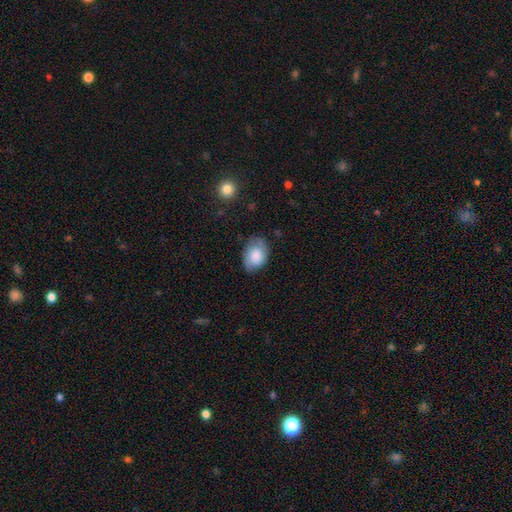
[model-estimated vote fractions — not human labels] Smooth or featured: smooth — 76% (featured or disk — 17%)
How rounded: in between — 81% (round — 18%)
Merging: none — 67% (minor disturbance — 26%)